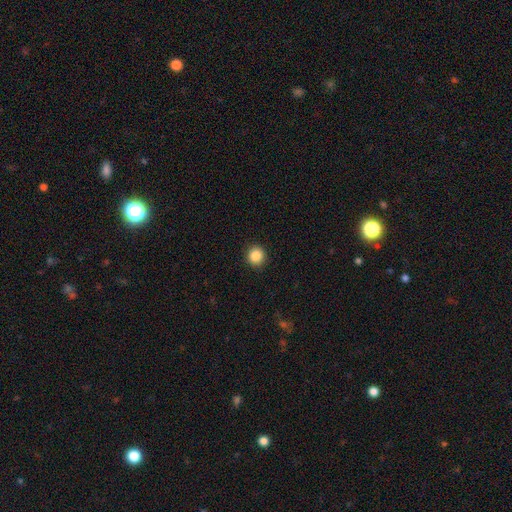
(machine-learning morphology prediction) This is clearly a smooth galaxy (87%). How rounded: clearly round (92%). Merging: clearly none (92%).